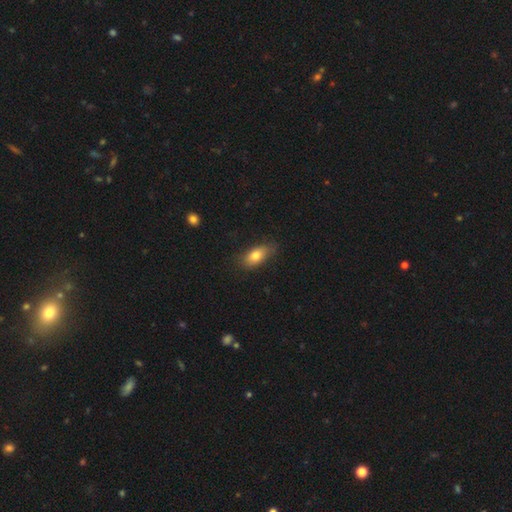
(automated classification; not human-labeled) Overall: smooth (78%). How rounded: in between (84%). Merging: none (75%).